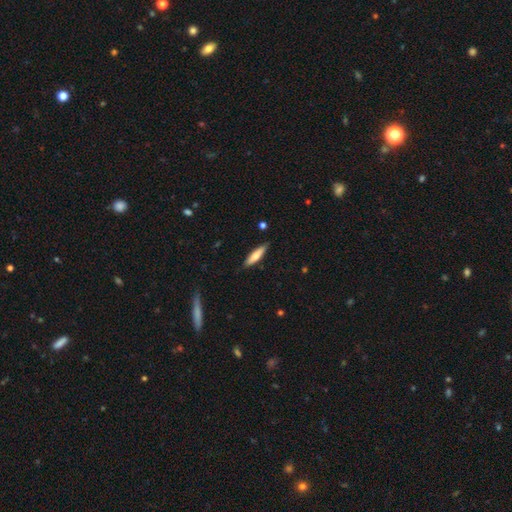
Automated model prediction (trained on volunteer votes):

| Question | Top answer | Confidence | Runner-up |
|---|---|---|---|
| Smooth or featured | smooth | 71% | featured or disk (24%) |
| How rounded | cigar-shaped | 72% | in between (26%) |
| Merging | none | 85% | minor disturbance (12%) |